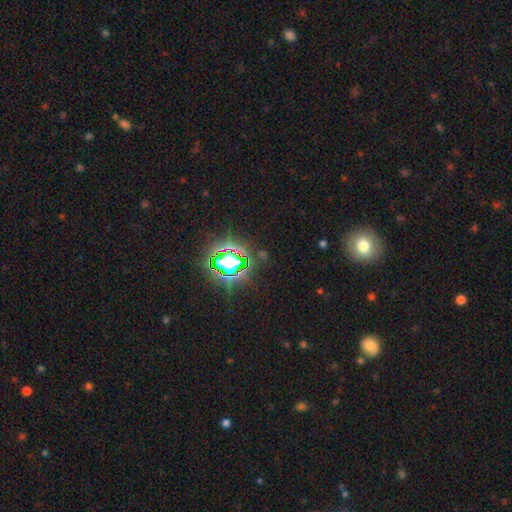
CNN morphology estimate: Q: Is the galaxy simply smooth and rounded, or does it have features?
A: star or artifact — 79%.